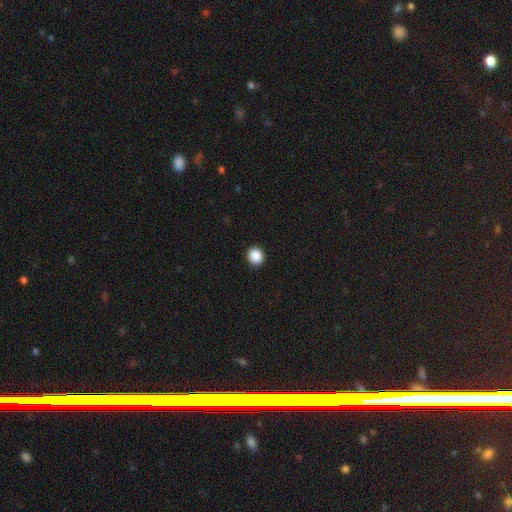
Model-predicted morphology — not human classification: The model was most divided on "how rounded": round: 85%, in between: 14%, cigar-shaped: 1%. More confident: merging — none (92%); smooth or featured — smooth (88%).